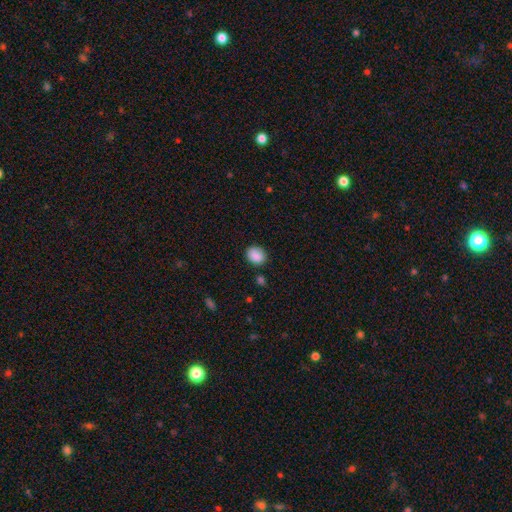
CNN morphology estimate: The model was most divided on "how rounded": in between: 51%, round: 48%, cigar-shaped: 1%. More confident: smooth or featured — smooth (89%); merging — none (82%).